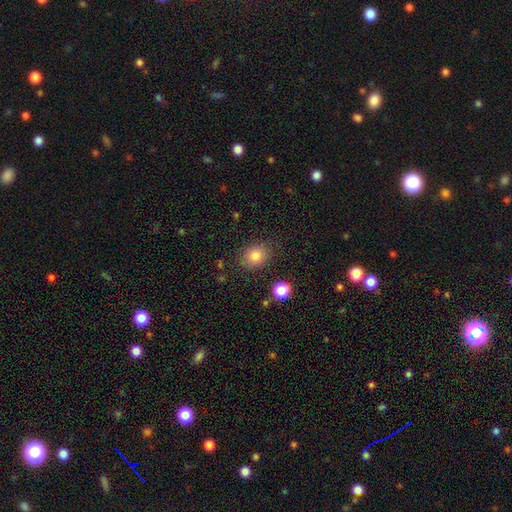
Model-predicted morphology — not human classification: This is clearly a smooth galaxy (83%). How rounded: possibly in between (51%). Merging: clearly none (81%).